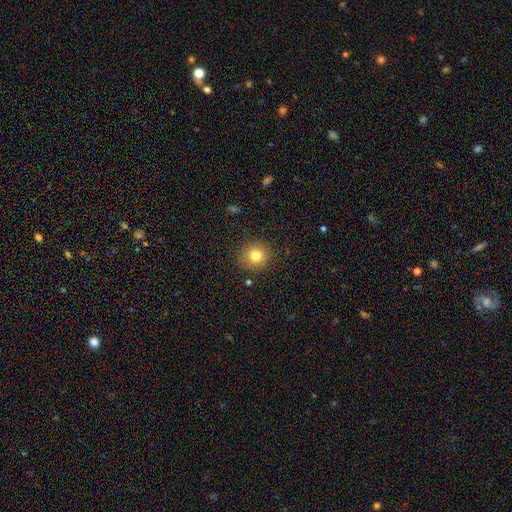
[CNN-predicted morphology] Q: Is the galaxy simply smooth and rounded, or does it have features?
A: smooth — 80%.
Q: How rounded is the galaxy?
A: round — 84%.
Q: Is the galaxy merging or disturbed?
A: none — 87%.